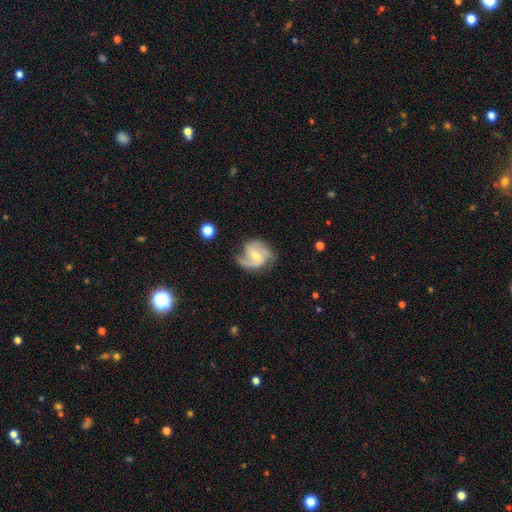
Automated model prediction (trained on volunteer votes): smooth-or-featured: featured or disk: 79% | smooth: 15% | star or artifact: 6%
  disk-edge-on: no: 98% | yes: 2%
    bar: weak: 48% | no: 39% | strong: 14%
    has-spiral-arms: yes: 94% | no: 6%
      spiral-winding: medium: 49% | tight: 26% | loose: 26%
      spiral-arm-count: 2: 70% | 1: 12% | can't tell: 8% | 3: 7% | 4: 1% | more than 4: 1%
    bulge-size: moderate: 55% | small: 40% | large: 2% | none: 2% | dominant: 1%
  merging: none: 62% | minor disturbance: 24% | major disturbance: 12% | merger: 2%